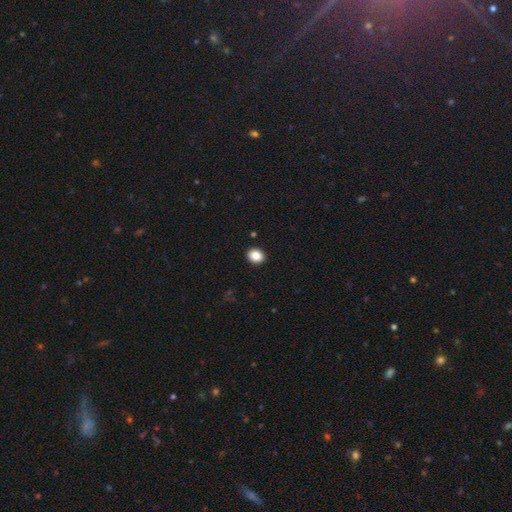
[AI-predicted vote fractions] smooth-or-featured: smooth: 86% | star or artifact: 9% | featured or disk: 4%
  how-rounded: round: 57% | in between: 42% | cigar-shaped: 1%
  merging: none: 92% | minor disturbance: 5% | major disturbance: 1% | merger: 1%